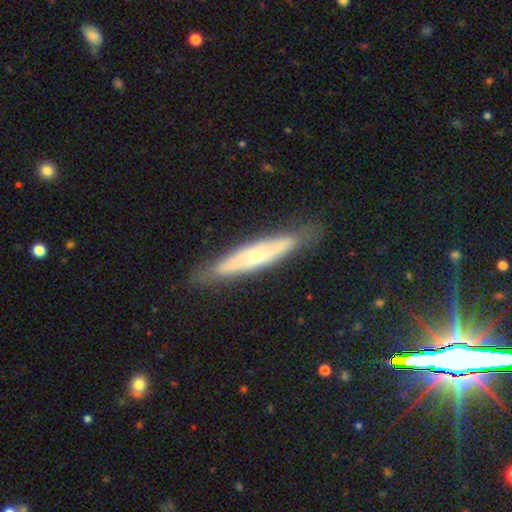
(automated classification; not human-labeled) The model was most divided on "smooth or featured": featured or disk: 59%, smooth: 34%, star or artifact: 7%. More confident: merging — none (81%); edge-on disk — yes (67%).